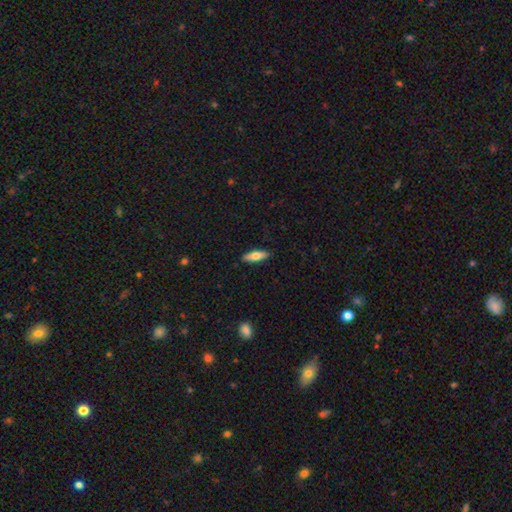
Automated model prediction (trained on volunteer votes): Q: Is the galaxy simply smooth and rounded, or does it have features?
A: smooth — 70%.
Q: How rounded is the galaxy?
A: in between — 50%.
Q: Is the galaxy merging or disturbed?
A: none — 89%.